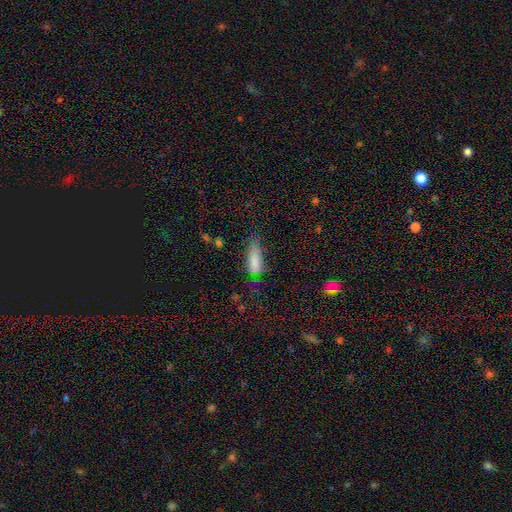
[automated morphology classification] This appears to be a smooth galaxy with no disk features (67%) that is in between round and cigar-shaped (56%). Merging: none (52%).